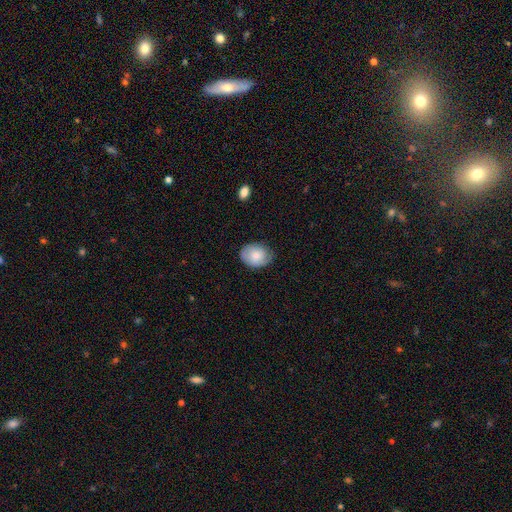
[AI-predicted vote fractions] smooth 71%, featured or disk 22%, star or artifact 7%. Down the decision tree: how rounded — in between (62%); merging — none (71%).